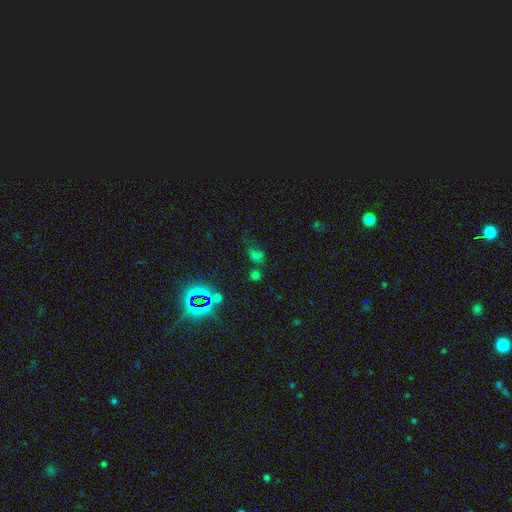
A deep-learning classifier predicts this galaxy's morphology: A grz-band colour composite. It shows a smooth galaxy with no disk features (49%). Merging: none (46%).